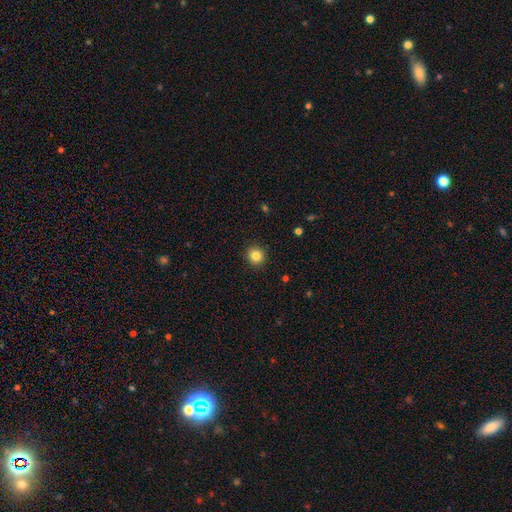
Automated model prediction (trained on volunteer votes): This appears to be a smooth galaxy with no disk features (84%) that is round (91%). Merging: none (92%).